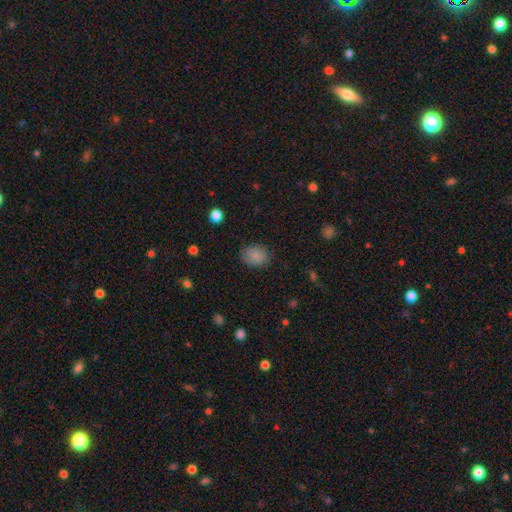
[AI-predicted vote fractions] This is clearly a smooth galaxy (86%). How rounded: possibly in between (55%). Merging: clearly none (82%).